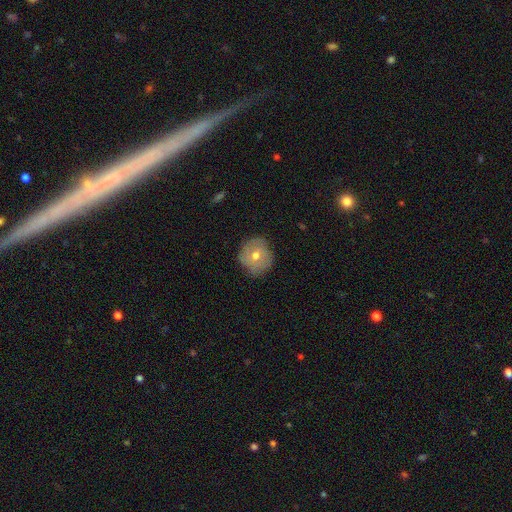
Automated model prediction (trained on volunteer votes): The model was most divided on "smooth or featured": smooth: 55%, featured or disk: 37%, star or artifact: 8%. More confident: how rounded — round (89%); merging — none (75%).